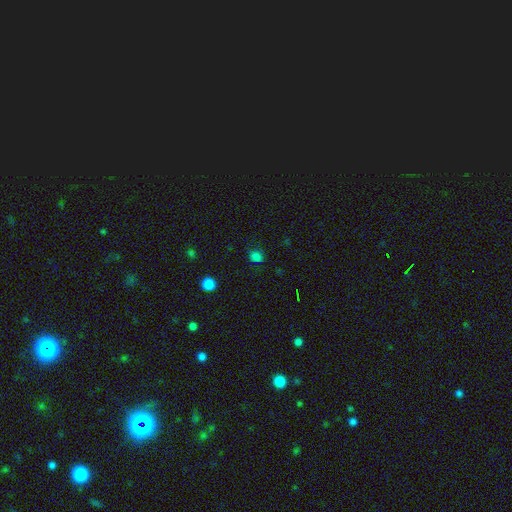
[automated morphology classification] type=smooth (75%); roundness=round (59%); merging=none (78%).